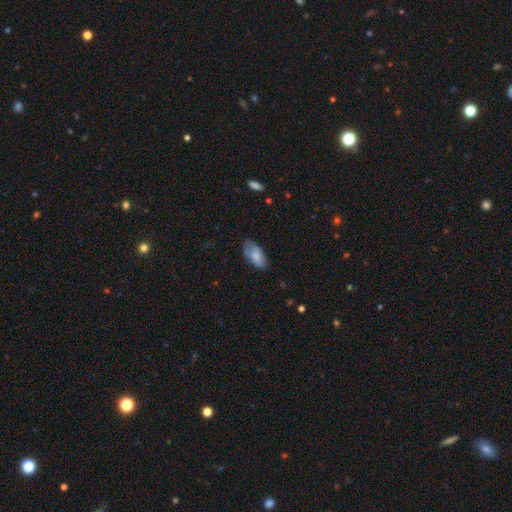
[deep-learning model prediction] smooth-or-featured: smooth: 76% | featured or disk: 18% | star or artifact: 7%
  how-rounded: in between: 91% | cigar-shaped: 7% | round: 2%
  merging: none: 61% | minor disturbance: 28% | major disturbance: 8% | merger: 2%